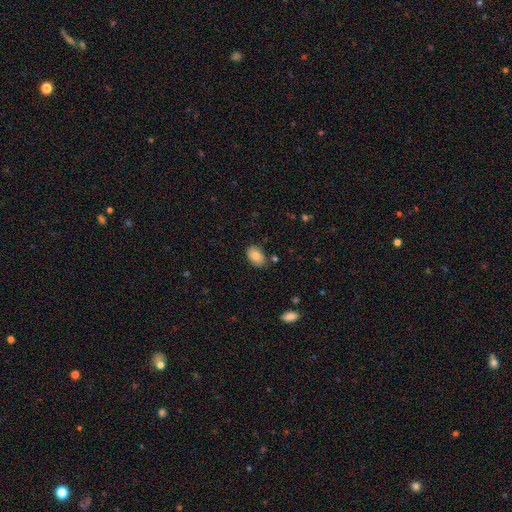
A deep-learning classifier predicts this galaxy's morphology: Overall: smooth (84%). How rounded: in between (88%). Merging: none (80%).